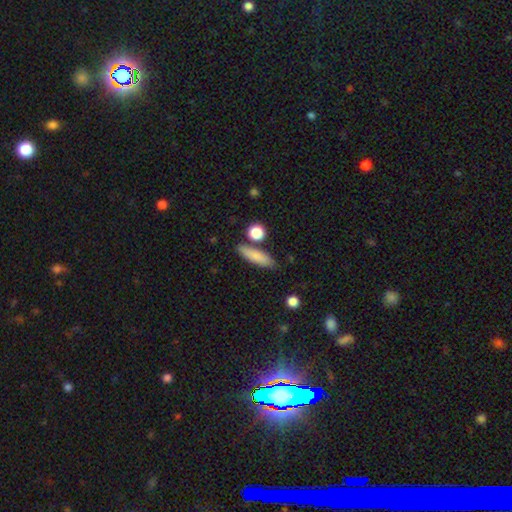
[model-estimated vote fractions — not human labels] A smooth galaxy with no disk features (80%) that is cigar-shaped (64%).

Vote fractions:
- Smooth or featured? smooth: 80% / featured or disk: 13% / star or artifact: 7%
- How rounded? cigar-shaped: 64% / in between: 32% / round: 4%
- Merging? none: 78% / minor disturbance: 11% / merger: 8% / major disturbance: 3%